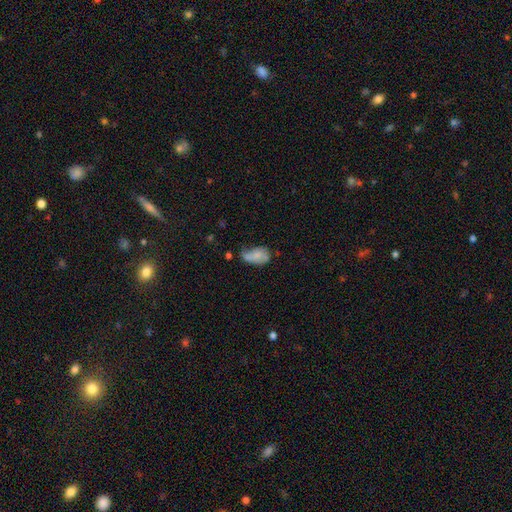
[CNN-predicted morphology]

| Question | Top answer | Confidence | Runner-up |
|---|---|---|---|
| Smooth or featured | smooth | 64% | featured or disk (27%) |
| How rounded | in between | 89% | round (8%) |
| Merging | minor disturbance | 36% | none (31%) |